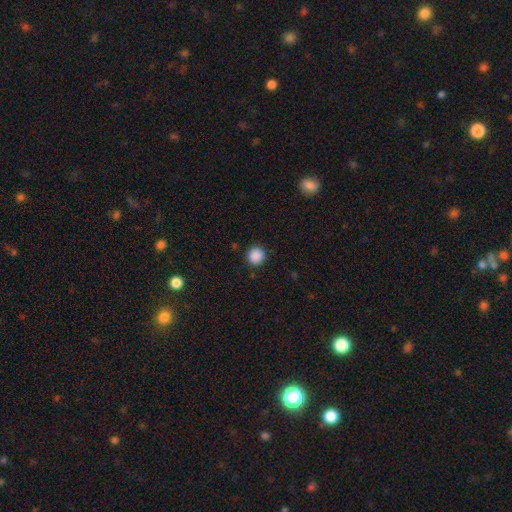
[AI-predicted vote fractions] Overall: smooth (88%). How rounded: round (94%). Merging: none (91%).